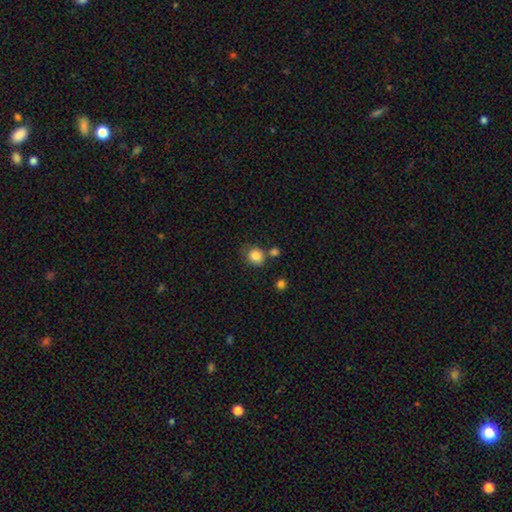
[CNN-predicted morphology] Overall: smooth (84%). How rounded: round (76%). Merging: none (65%).